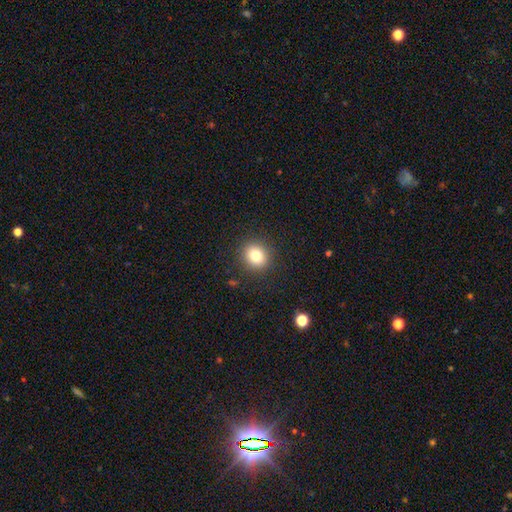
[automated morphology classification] A smooth galaxy with no disk features (81%) that is round (78%). Merging: none (90%).